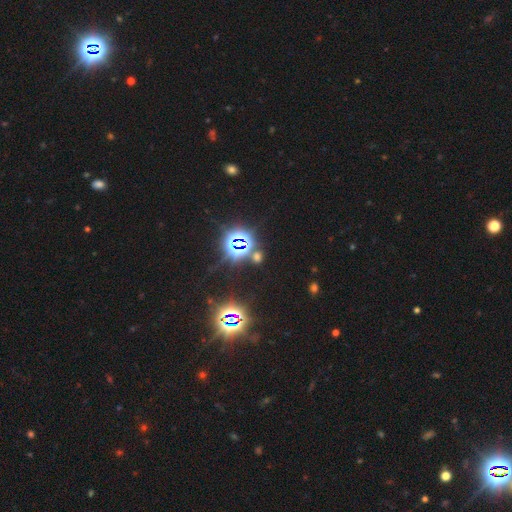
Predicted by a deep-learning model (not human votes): Smooth or featured? star or artifact (78%)